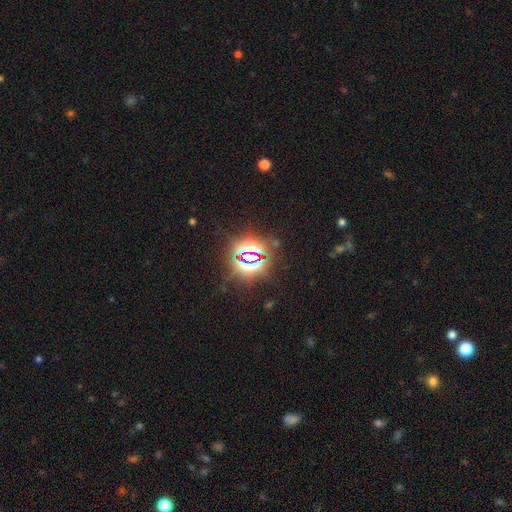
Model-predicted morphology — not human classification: Overall: star or artifact (82%).